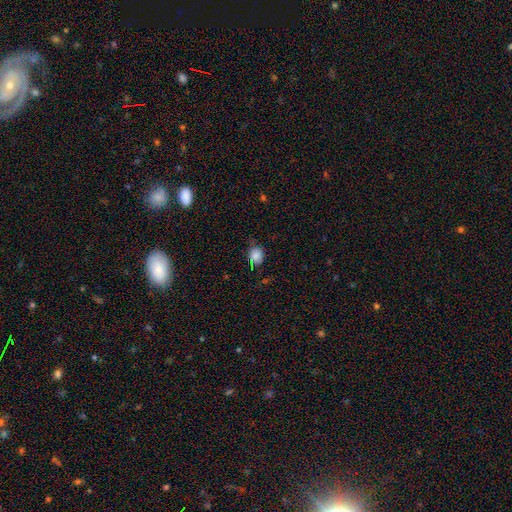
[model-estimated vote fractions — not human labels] smooth_or_featured: smooth (p=0.78) [alt: star or artifact p=0.15]
how_rounded: round (p=0.64) [alt: in between p=0.35]
merging: none (p=0.66) [alt: minor disturbance p=0.25]